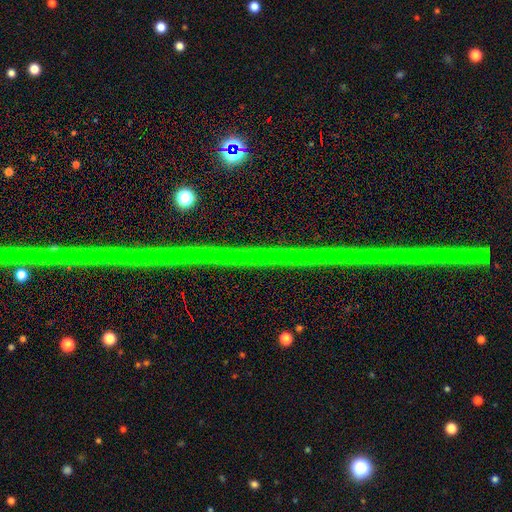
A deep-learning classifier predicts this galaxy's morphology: Smooth or featured?
  - star or artifact: 87% *
  - featured or disk: 9%
  - smooth: 5%